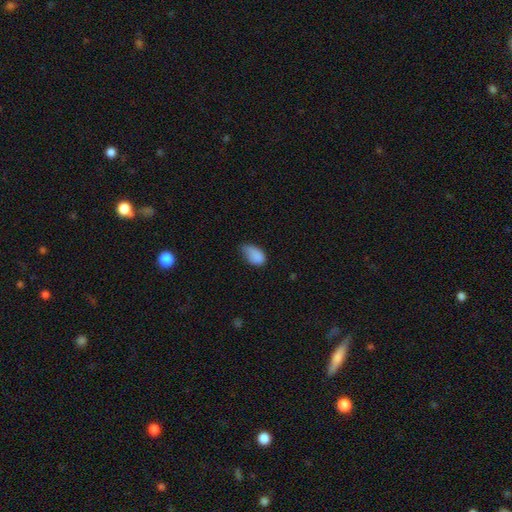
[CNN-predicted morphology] Smooth or featured? smooth (85%)
How rounded? in between (91%)
Merging? minor disturbance (44%)